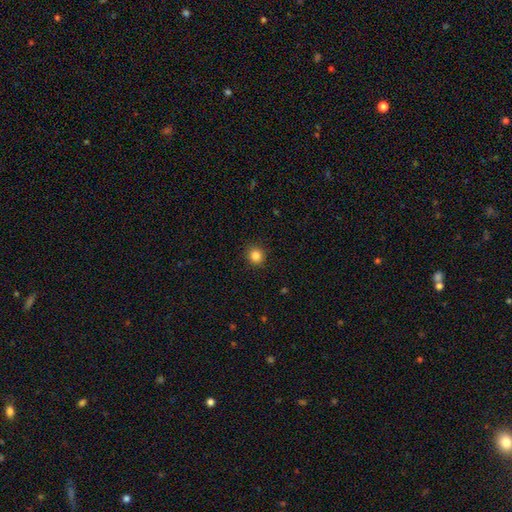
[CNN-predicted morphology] smooth 84%, star or artifact 11%, featured or disk 5%. Down the decision tree: how rounded — round (89%); merging — none (91%).